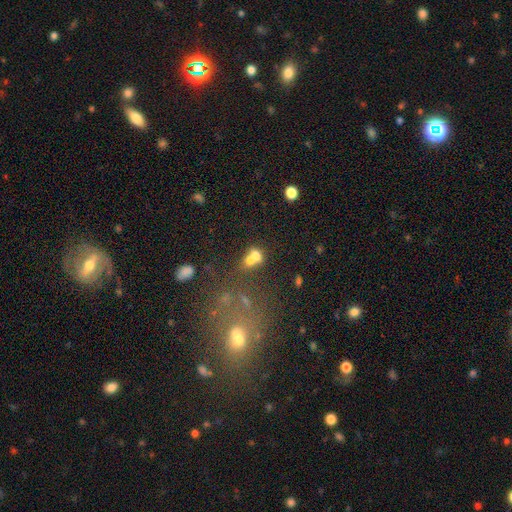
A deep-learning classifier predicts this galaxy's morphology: This is likely a smooth galaxy (64%). How rounded: possibly in between (49%, tied with round). Merging: likely merger (65%).